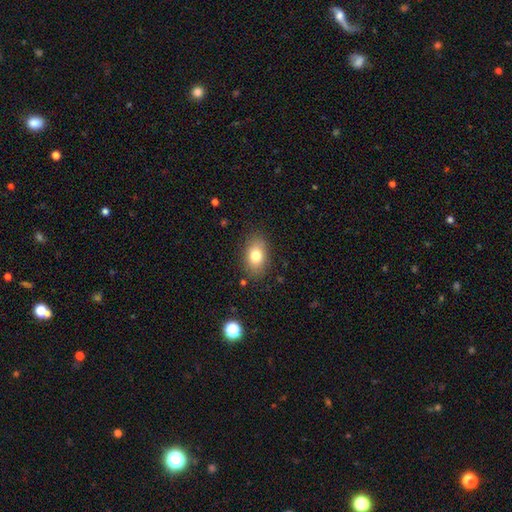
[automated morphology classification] This appears to be a smooth galaxy with no disk features (79%) that is in between round and cigar-shaped (84%). Merging: none (84%).